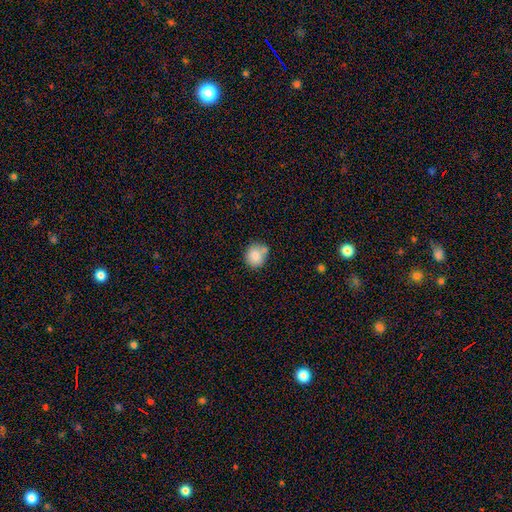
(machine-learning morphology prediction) Smooth or featured: smooth — 84% (star or artifact — 8%)
How rounded: round — 79% (in between — 20%)
Merging: none — 60% (minor disturbance — 20%)